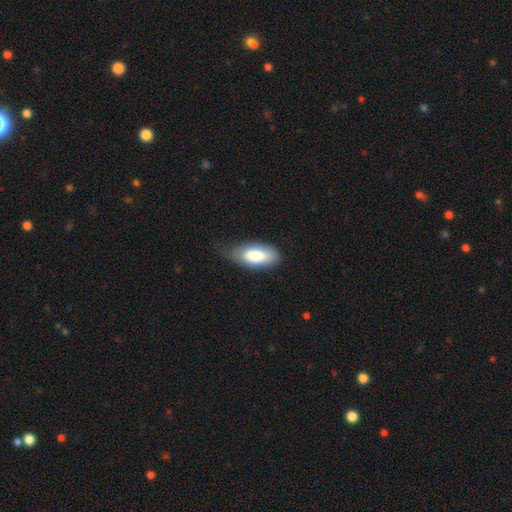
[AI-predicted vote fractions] smooth-or-featured: smooth: 83% | featured or disk: 11% | star or artifact: 6%
  how-rounded: in between: 89% | cigar-shaped: 9% | round: 2%
  merging: none: 60% | minor disturbance: 30% | major disturbance: 8% | merger: 1%